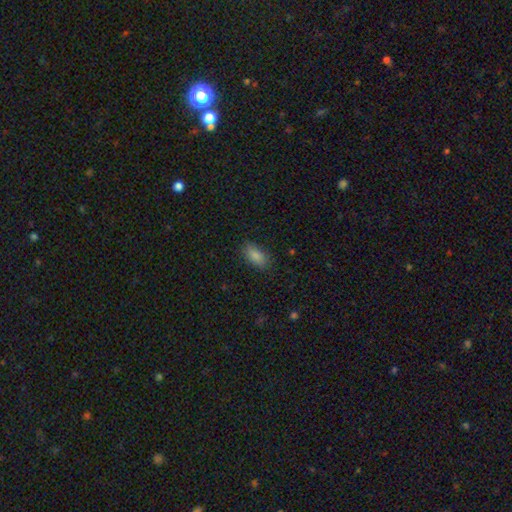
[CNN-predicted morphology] A smooth galaxy with no disk features (86%) that is in between round and cigar-shaped (88%). Merging: none (83%).